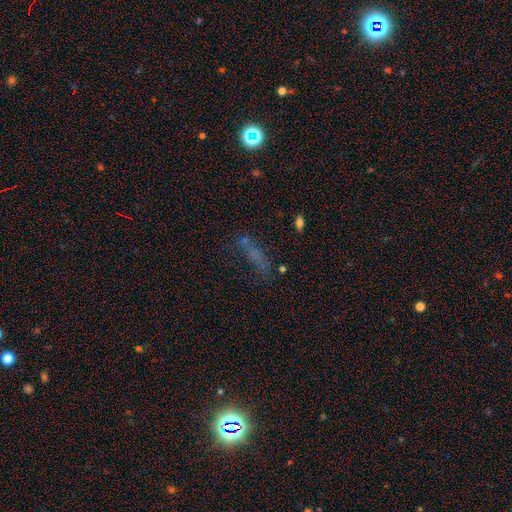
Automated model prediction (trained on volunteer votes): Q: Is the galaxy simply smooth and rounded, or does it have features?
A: smooth — 47%.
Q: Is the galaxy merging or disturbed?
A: none — 50%.